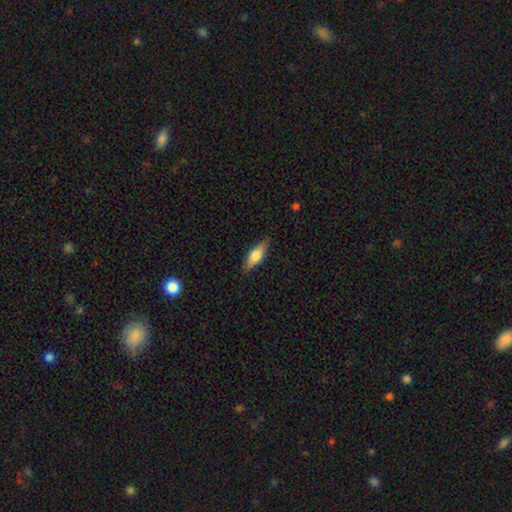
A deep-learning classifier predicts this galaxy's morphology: Smooth or featured?
  - smooth: 61% *
  - featured or disk: 33%
  - star or artifact: 6%
How rounded?
  - in between: 54% *
  - cigar-shaped: 43%
  - round: 3%
Merging?
  - none: 86% *
  - minor disturbance: 11%
  - major disturbance: 2%
  - merger: 1%